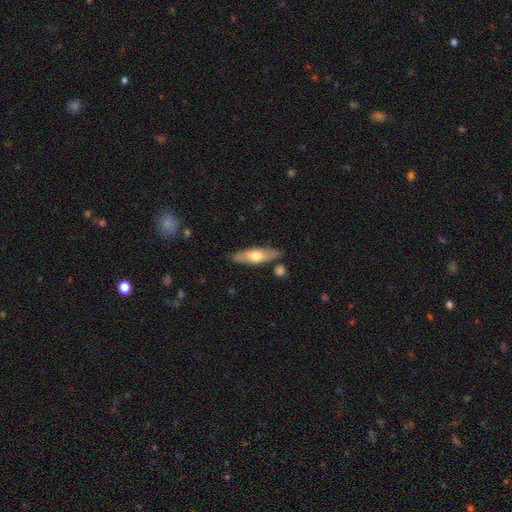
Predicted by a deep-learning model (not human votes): The model was most divided on "smooth or featured": smooth: 52%, featured or disk: 43%, star or artifact: 5%. More confident: merging — none (81%); how rounded — cigar-shaped (54%).